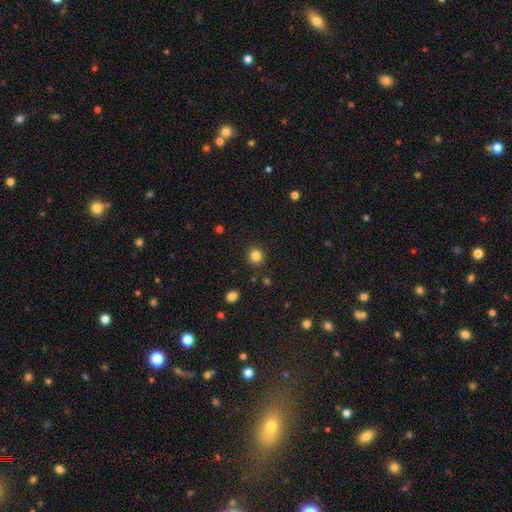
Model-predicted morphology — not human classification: A smooth galaxy with no disk features (83%) that is round (88%). Merging: none (89%).